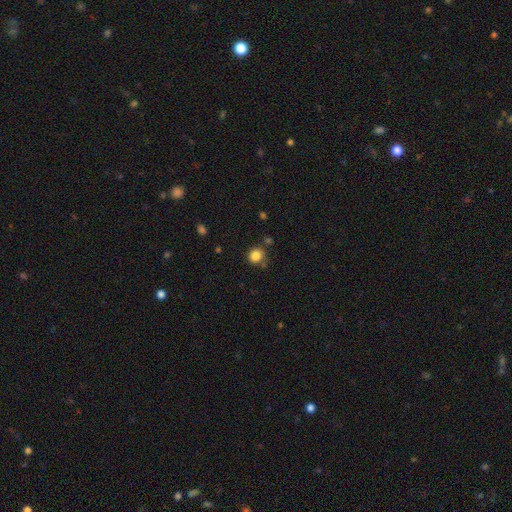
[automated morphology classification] smooth_or_featured: smooth (p=0.84) [alt: star or artifact p=0.11]
how_rounded: round (p=0.86) [alt: in between p=0.13]
merging: none (p=0.77) [alt: minor disturbance p=0.13]